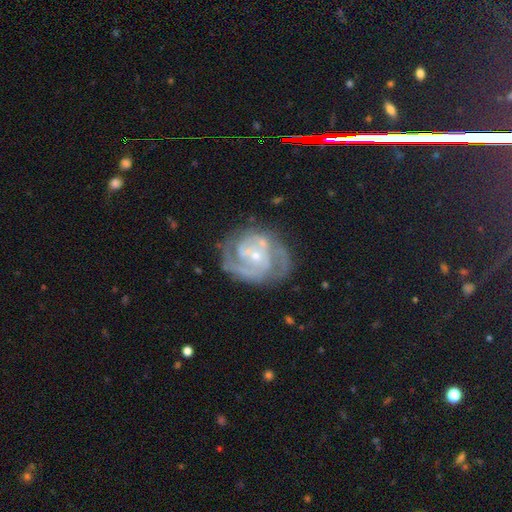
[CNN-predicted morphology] Smooth or featured? Predicted: featured or disk (p=0.86). Edge-on disk? Predicted: no (p=0.98). Bar? Predicted: no (p=0.67). Spiral arms? Predicted: yes (p=0.93). Spiral winding? Predicted: tight (p=0.56). Spiral arm count? Predicted: 2 (p=0.40). Bulge size? Predicted: small (p=0.70). Merging? Predicted: none (p=0.62).